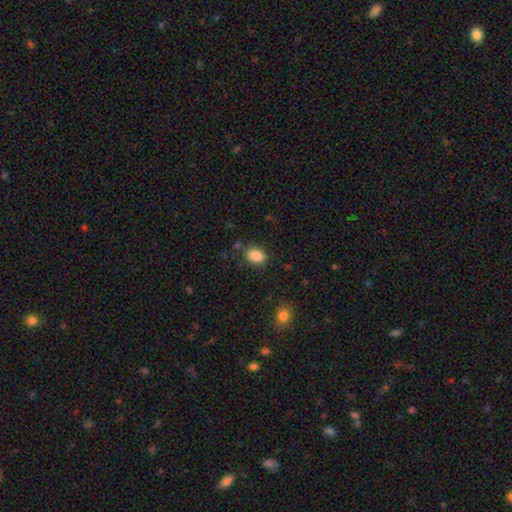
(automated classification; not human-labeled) This appears to be a smooth galaxy with no disk features (87%) that is in between round and cigar-shaped (79%). Merging: none (84%).